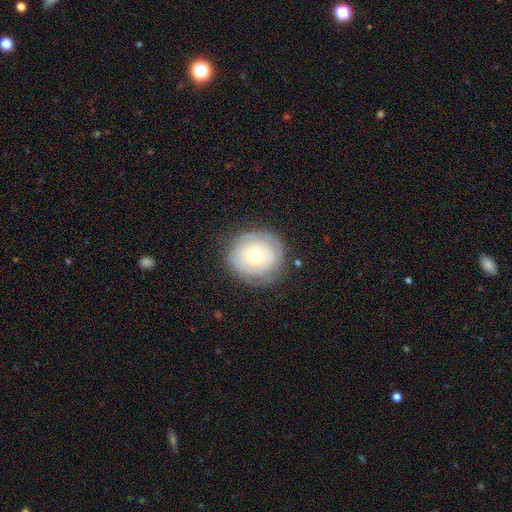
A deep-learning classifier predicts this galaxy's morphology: featured or disk 49%, smooth 43%, star or artifact 8%. Down the decision tree: merging — none (77%).